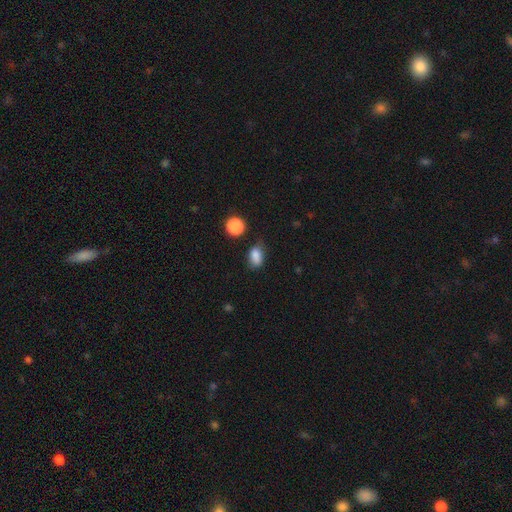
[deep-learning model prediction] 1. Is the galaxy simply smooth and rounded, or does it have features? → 84% smooth, 11% star or artifact, 6% featured or disk.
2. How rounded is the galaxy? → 81% in between, 17% round, 3% cigar-shaped.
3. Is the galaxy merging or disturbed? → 60% none, 28% minor disturbance, 7% major disturbance, 4% merger.